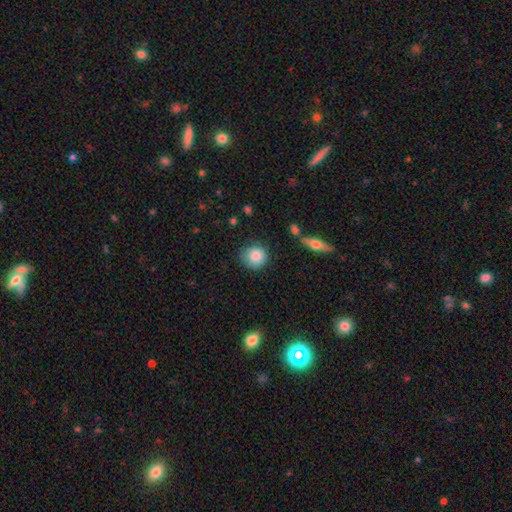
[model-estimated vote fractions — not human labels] Smooth or featured? Predicted: smooth (p=0.84). How rounded? Predicted: round (p=0.90). Merging? Predicted: none (p=0.75).